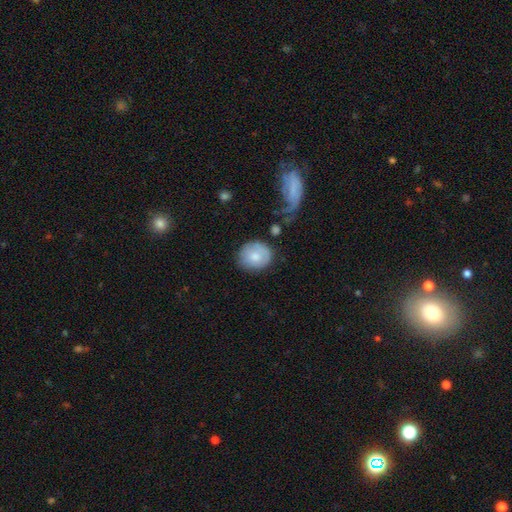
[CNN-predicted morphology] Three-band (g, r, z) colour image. It shows a smooth galaxy with no disk features (76%) that is round (79%). Merging: none (73%).